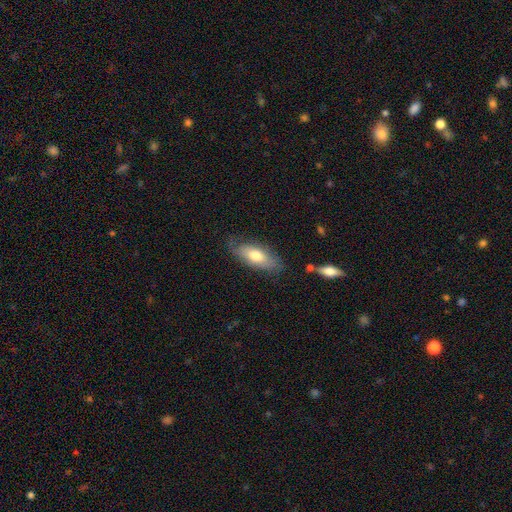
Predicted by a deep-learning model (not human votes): smooth_or_featured: smooth (p=0.69) [alt: featured or disk p=0.25]
how_rounded: in between (p=0.77) [alt: cigar-shaped p=0.20]
merging: none (p=0.73) [alt: minor disturbance p=0.20]